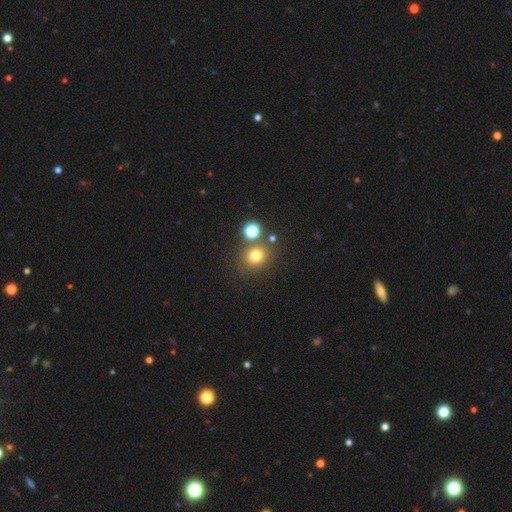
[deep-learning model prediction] smooth 74%, star or artifact 18%, featured or disk 8%. Down the decision tree: how rounded — round (74%); merging — none (74%).